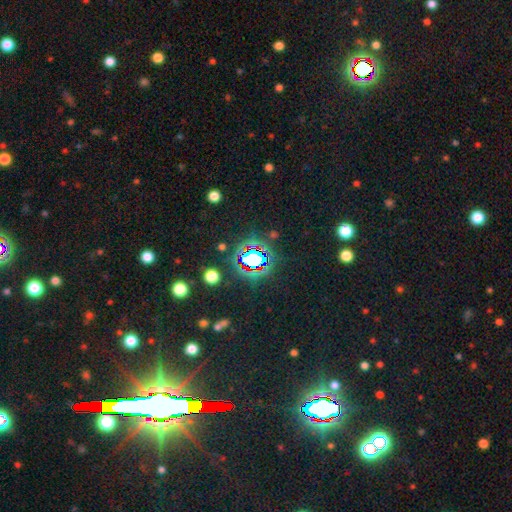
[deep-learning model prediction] Smooth or featured? Predicted: star or artifact (p=0.74).